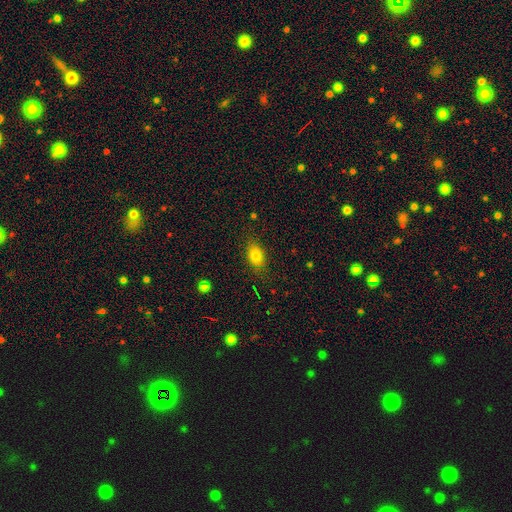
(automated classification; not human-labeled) This is likely a smooth galaxy (79%). How rounded: likely in between (80%). Merging: clearly none (82%).